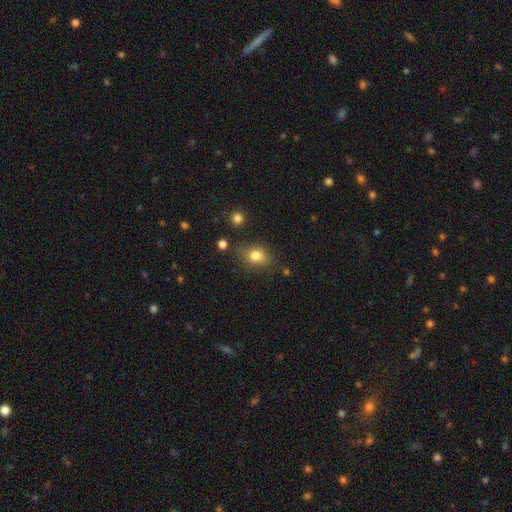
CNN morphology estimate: smooth 78%, star or artifact 12%, featured or disk 11%. Down the decision tree: how rounded — in between (61%); merging — none (72%).